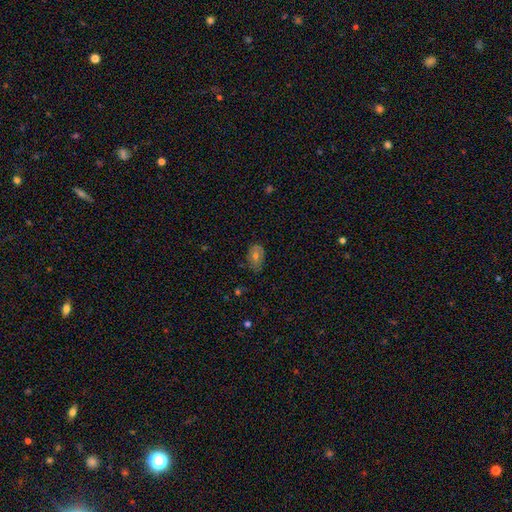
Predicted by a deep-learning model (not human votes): A smooth galaxy with no disk features (48%).

Vote fractions:
- Smooth or featured? smooth: 48% / featured or disk: 35% / star or artifact: 17%
- Merging? none: 72% / minor disturbance: 21% / major disturbance: 6% / merger: 1%